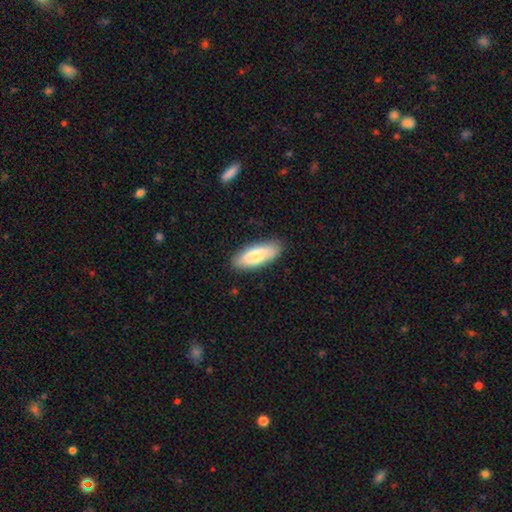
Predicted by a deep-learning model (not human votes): smooth_or_featured: smooth (p=0.79) [alt: featured or disk p=0.16]
how_rounded: in between (p=0.72) [alt: cigar-shaped p=0.26]
merging: none (p=0.87) [alt: minor disturbance p=0.10]